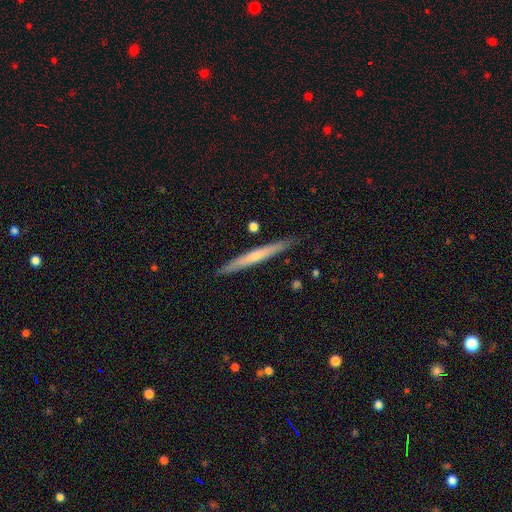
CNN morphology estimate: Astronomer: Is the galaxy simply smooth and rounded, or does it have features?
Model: featured or disk — 48% (runner-up: smooth, 46%).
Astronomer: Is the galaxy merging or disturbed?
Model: none — 89%.